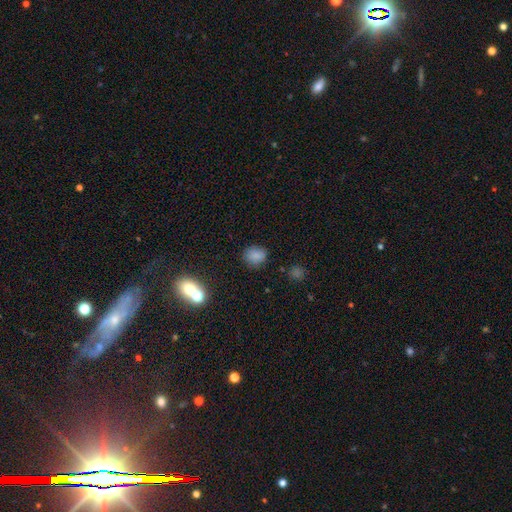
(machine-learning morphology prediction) Overall: smooth (82%). How rounded: round (61%; in between 38%). Merging: none (80%).